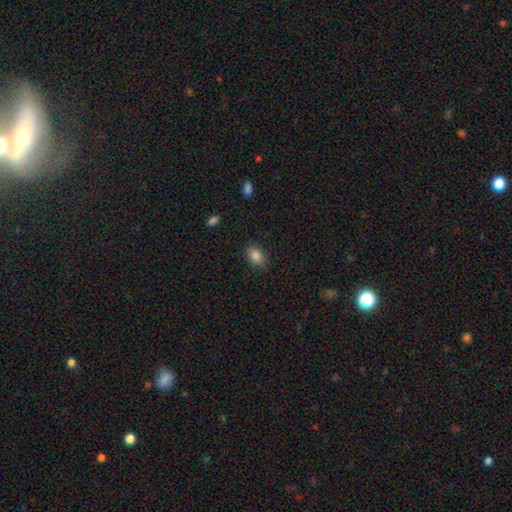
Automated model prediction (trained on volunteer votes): This appears to be a smooth galaxy with no disk features (86%) that is in between round and cigar-shaped (81%). Merging: none (84%).